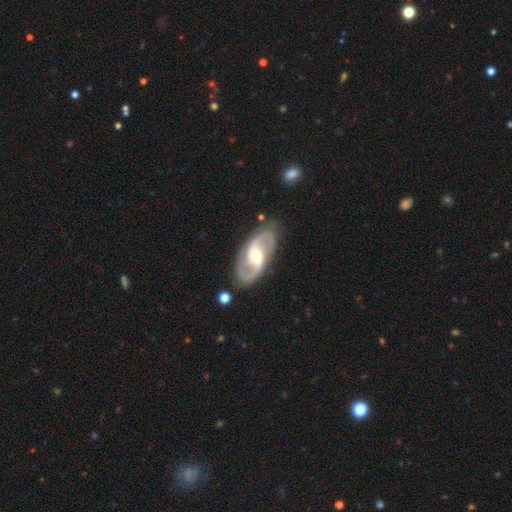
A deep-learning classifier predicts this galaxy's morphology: smooth_or_featured: featured or disk (p=0.89) [alt: smooth p=0.07]
disk_edge_on: no (p=0.95) [alt: yes p=0.05]
bar: weak (p=0.45) [alt: no p=0.31]
has_spiral_arms: yes (p=0.95) [alt: no p=0.05]
spiral_winding: medium (p=0.55) [alt: loose p=0.27]
spiral_arm_count: 2 (p=0.92) [alt: can't tell p=0.03]
bulge_size: moderate (p=0.65) [alt: small p=0.27]
merging: none (p=0.82) [alt: minor disturbance p=0.12]